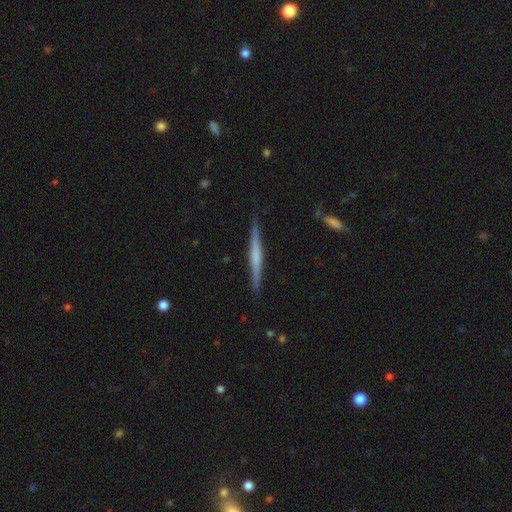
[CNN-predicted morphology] This appears to be a featured or disk galaxy (64%) viewed edge-on (98%) with no central bulge (44%). Merging: none (89%).